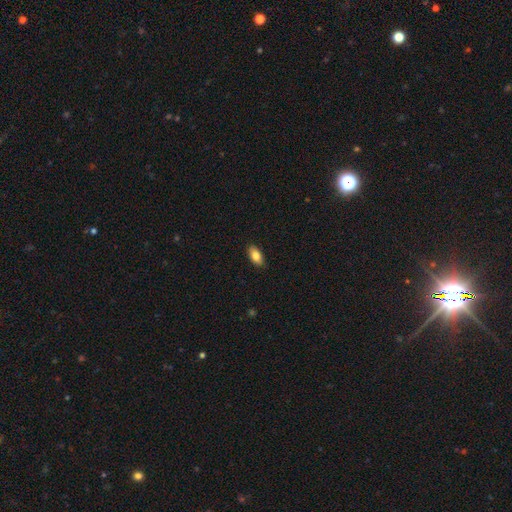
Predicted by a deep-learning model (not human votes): smooth-or-featured: smooth: 85% | featured or disk: 8% | star or artifact: 7%
  how-rounded: in between: 91% | cigar-shaped: 6% | round: 3%
  merging: none: 88% | minor disturbance: 9% | major disturbance: 2% | merger: 1%